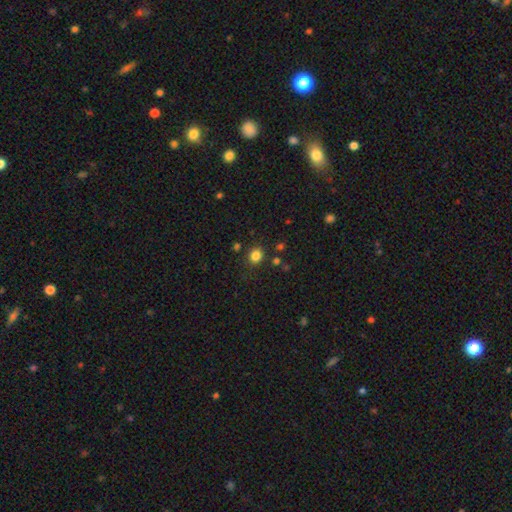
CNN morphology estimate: Smooth or featured?
  - smooth: 83% *
  - star or artifact: 13%
  - featured or disk: 4%
How rounded?
  - round: 76% *
  - in between: 23%
  - cigar-shaped: 1%
Merging?
  - none: 84% *
  - minor disturbance: 9%
  - major disturbance: 3%
  - merger: 3%